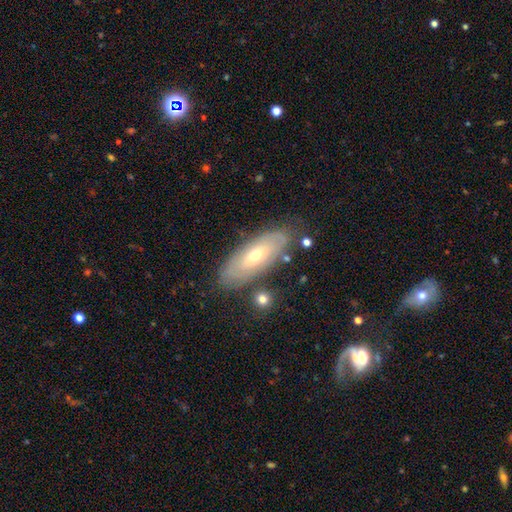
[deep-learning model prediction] A featured or disk galaxy (48%).

Vote fractions:
- Smooth or featured? featured or disk: 48% / smooth: 46% / star or artifact: 7%
- Merging? none: 79% / minor disturbance: 14% / major disturbance: 4% / merger: 4%